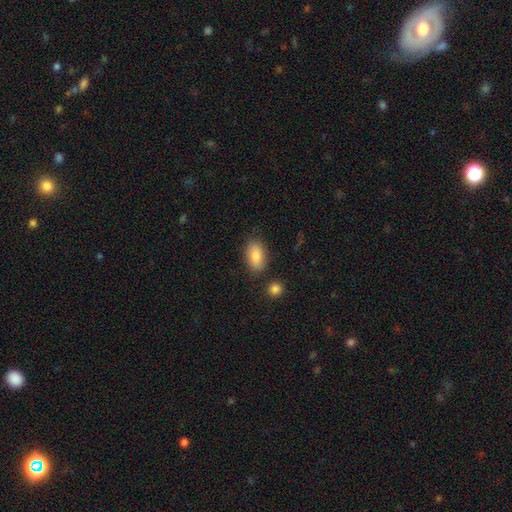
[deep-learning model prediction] This appears to be a smooth galaxy with no disk features (85%) that is in between round and cigar-shaped (91%). Merging: none (80%).